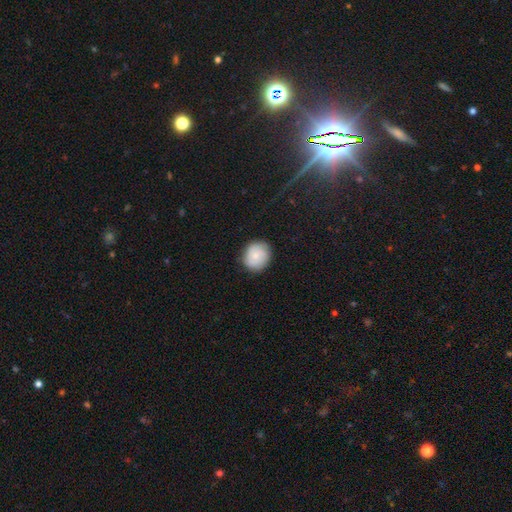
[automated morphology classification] Smooth or featured? Predicted: smooth (p=0.71). How rounded? Predicted: round (p=0.78). Merging? Predicted: none (p=0.83).